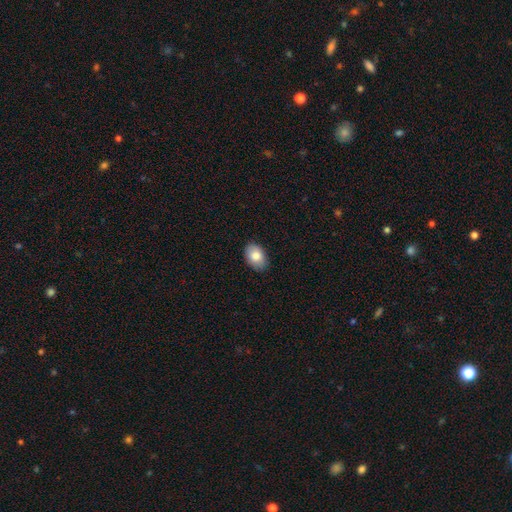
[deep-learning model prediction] smooth_or_featured: smooth (p=0.82) [alt: featured or disk p=0.11]
how_rounded: in between (p=0.86) [alt: round p=0.13]
merging: none (p=0.85) [alt: minor disturbance p=0.12]